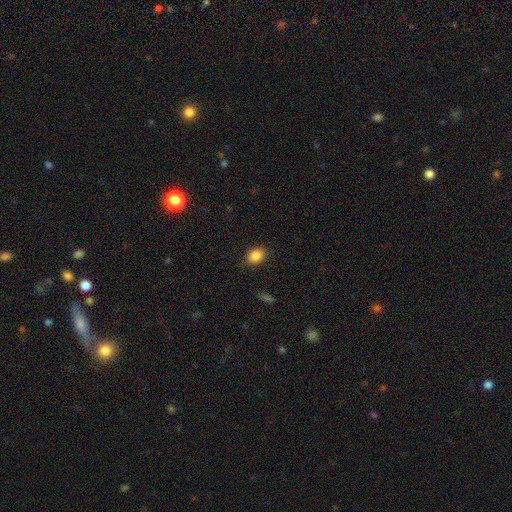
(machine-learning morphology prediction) smooth 86%, star or artifact 9%, featured or disk 4%. Down the decision tree: how rounded — in between (62%); merging — none (86%).